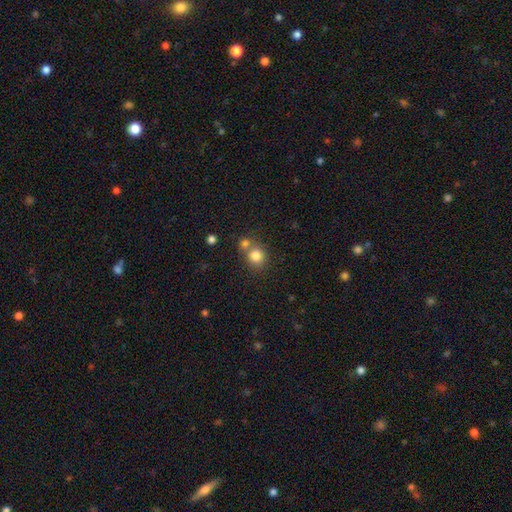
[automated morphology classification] Smooth or featured? smooth (81%)
How rounded? round (84%)
Merging? none (54%)